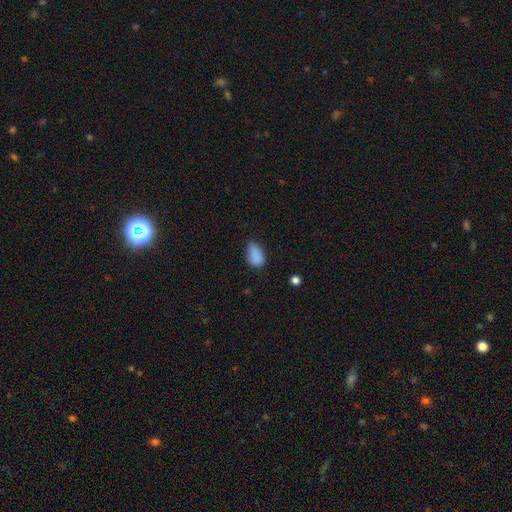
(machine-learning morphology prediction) Q: Smooth or featured?
A: smooth (86%); runner-up: star or artifact (9%)
Q: How rounded?
A: in between (90%); runner-up: round (8%)
Q: Merging?
A: none (57%); runner-up: minor disturbance (34%)